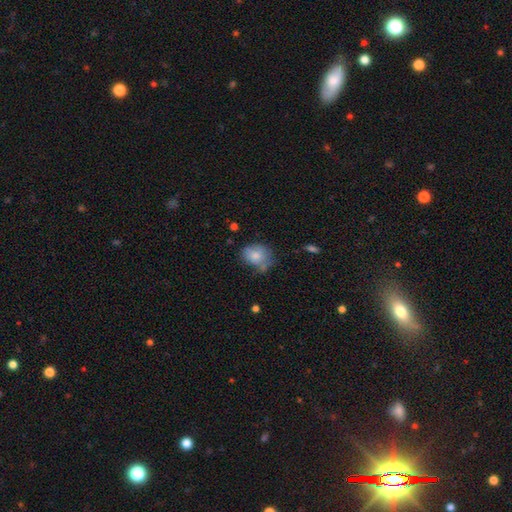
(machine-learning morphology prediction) smooth-or-featured: smooth: 75% | featured or disk: 17% | star or artifact: 8%
  how-rounded: in between: 53% | round: 45% | cigar-shaped: 1%
  merging: none: 46% | minor disturbance: 33% | major disturbance: 12% | merger: 9%